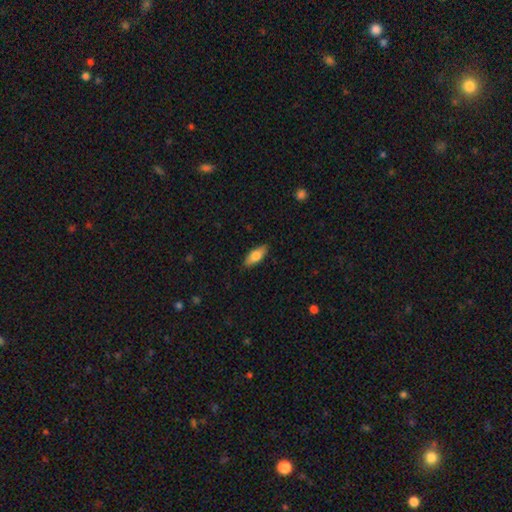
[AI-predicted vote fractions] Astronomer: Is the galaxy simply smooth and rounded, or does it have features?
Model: smooth — 76%.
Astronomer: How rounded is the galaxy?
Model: in between — 75%.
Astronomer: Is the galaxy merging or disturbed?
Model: none — 87%.